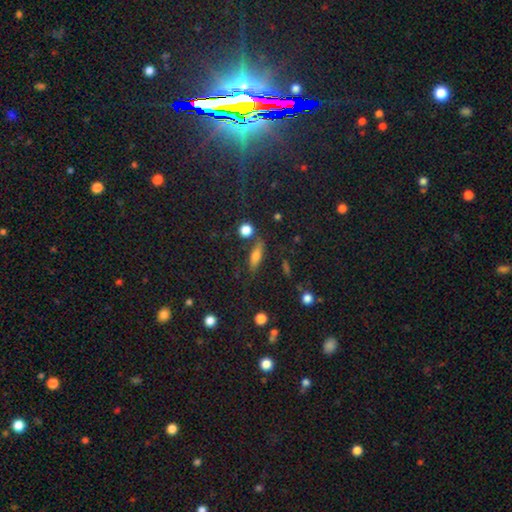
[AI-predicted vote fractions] smooth-or-featured: smooth: 65% | featured or disk: 23% | star or artifact: 12%
  how-rounded: cigar-shaped: 51% | in between: 42% | round: 7%
  merging: none: 75% | minor disturbance: 14% | merger: 6% | major disturbance: 5%